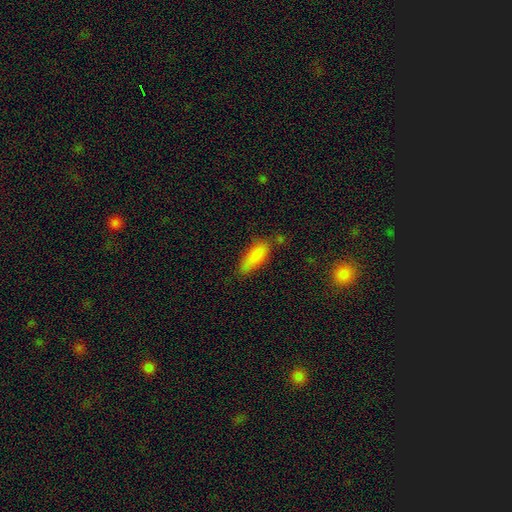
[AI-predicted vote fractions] This appears to be a smooth galaxy with no disk features (85%) that is in between round and cigar-shaped (64%). Merging: none (69%).